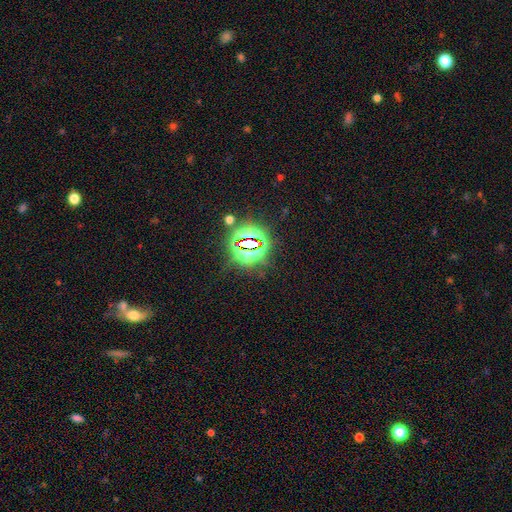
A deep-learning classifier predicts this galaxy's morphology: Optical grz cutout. It shows a star or artifact, not a galaxy (80%).